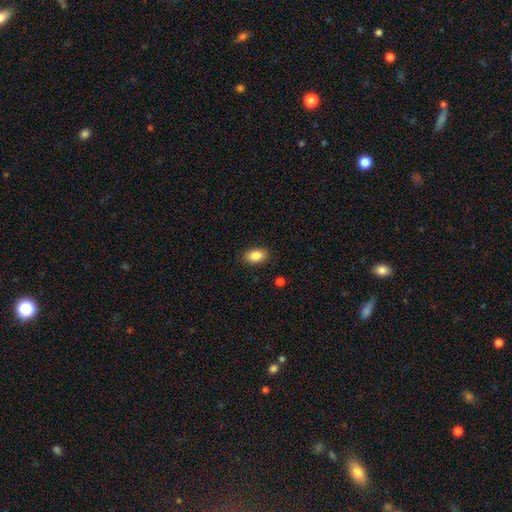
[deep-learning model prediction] Smooth or featured: smooth — 87% (star or artifact — 8%)
How rounded: in between — 90% (round — 8%)
Merging: none — 88% (minor disturbance — 8%)